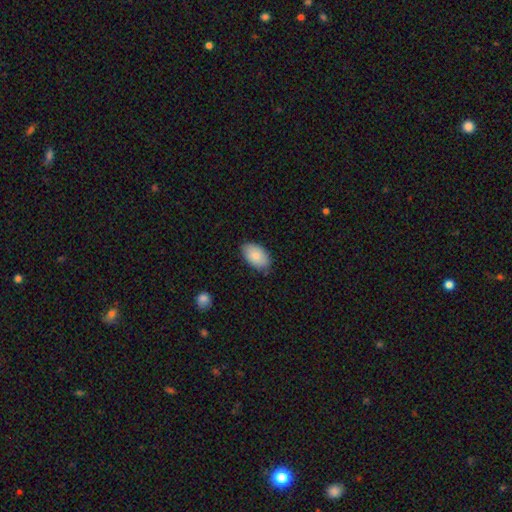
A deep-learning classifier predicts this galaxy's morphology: Smooth or featured? Predicted: smooth (p=0.84). How rounded? Predicted: in between (p=0.94). Merging? Predicted: none (p=0.81).